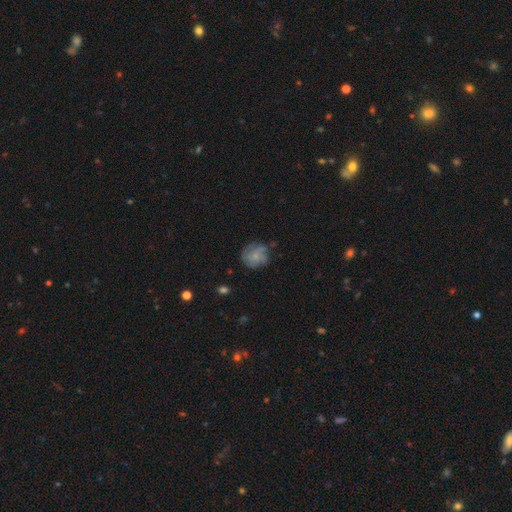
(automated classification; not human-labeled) smooth-or-featured: featured or disk: 48% | smooth: 42% | star or artifact: 9%
  merging: none: 64% | minor disturbance: 24% | major disturbance: 10% | merger: 2%